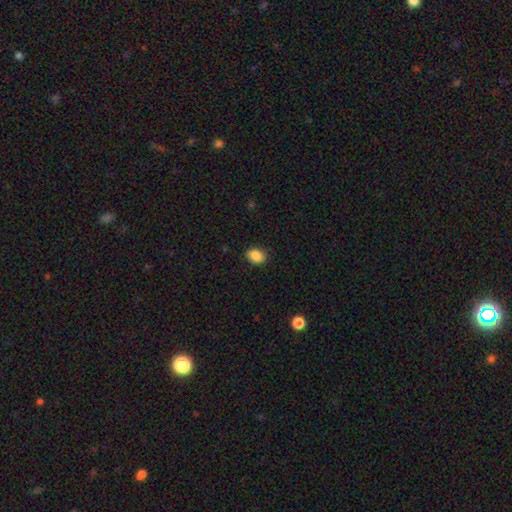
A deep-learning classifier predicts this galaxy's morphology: type=smooth (87%); roundness=in between (68%); merging=none (82%).